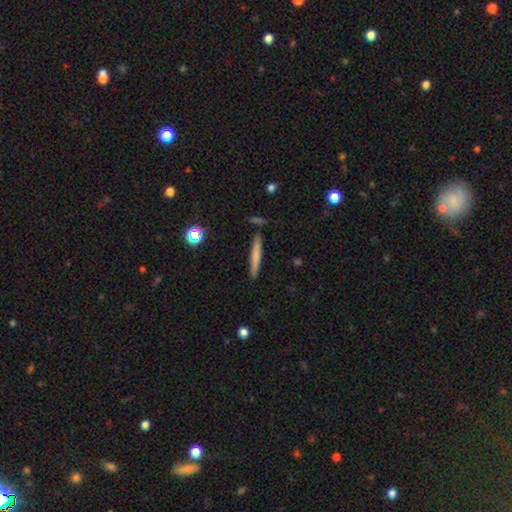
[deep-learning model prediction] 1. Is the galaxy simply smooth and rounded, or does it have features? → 65% smooth, 27% featured or disk, 7% star or artifact.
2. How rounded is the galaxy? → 94% cigar-shaped, 4% in between, 2% round.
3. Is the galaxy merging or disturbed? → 86% none, 9% minor disturbance, 4% merger, 2% major disturbance.